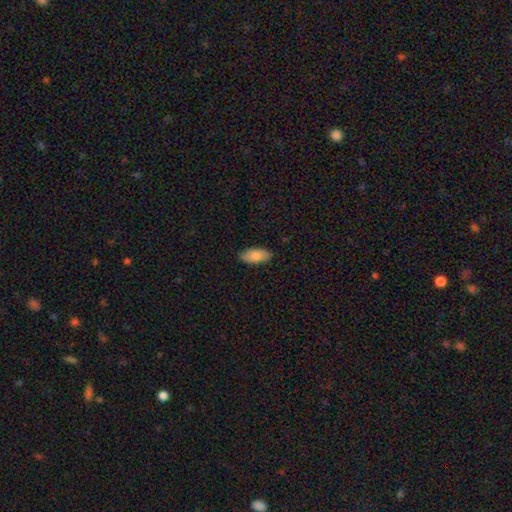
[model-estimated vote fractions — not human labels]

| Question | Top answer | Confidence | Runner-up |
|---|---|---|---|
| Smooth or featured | smooth | 83% | featured or disk (11%) |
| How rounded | in between | 90% | cigar-shaped (8%) |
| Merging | none | 88% | minor disturbance (9%) |